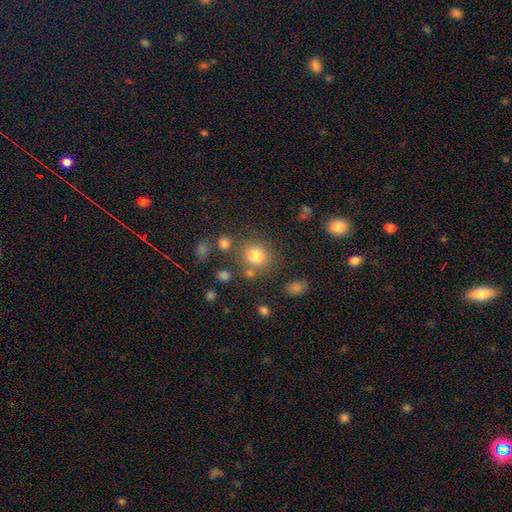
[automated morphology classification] A smooth galaxy with no disk features (79%) that is round (79%).

Vote fractions:
- Smooth or featured? smooth: 79% / star or artifact: 13% / featured or disk: 8%
- How rounded? round: 79% / in between: 20% / cigar-shaped: 1%
- Merging? none: 72% / minor disturbance: 12% / merger: 11% / major disturbance: 5%